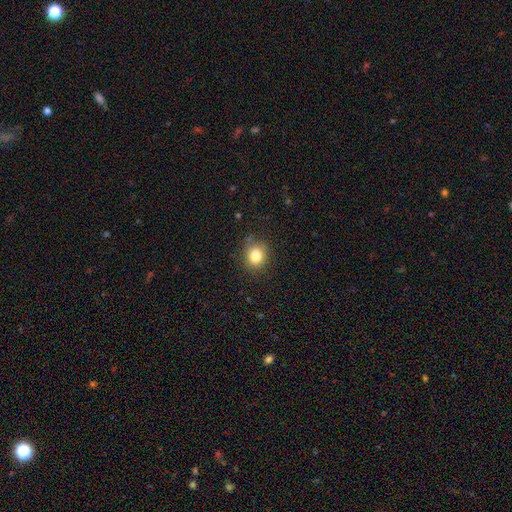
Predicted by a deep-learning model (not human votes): smooth 82%, star or artifact 12%, featured or disk 7%. Down the decision tree: how rounded — round (76%); merging — none (82%).